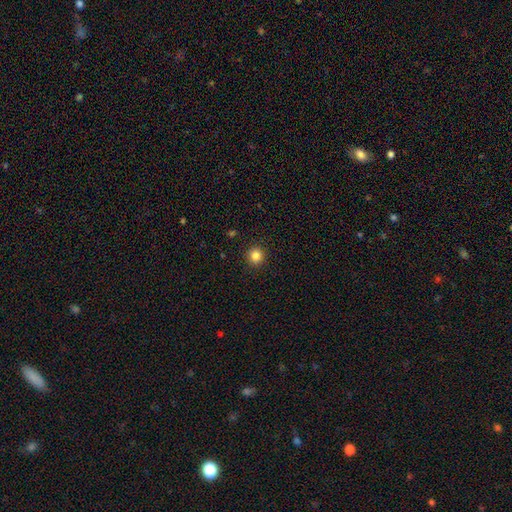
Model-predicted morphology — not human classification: Smooth or featured?
  - smooth: 84% *
  - star or artifact: 12%
  - featured or disk: 4%
How rounded?
  - round: 94% *
  - in between: 5%
  - cigar-shaped: 1%
Merging?
  - none: 92% *
  - minor disturbance: 5%
  - major disturbance: 2%
  - merger: 1%